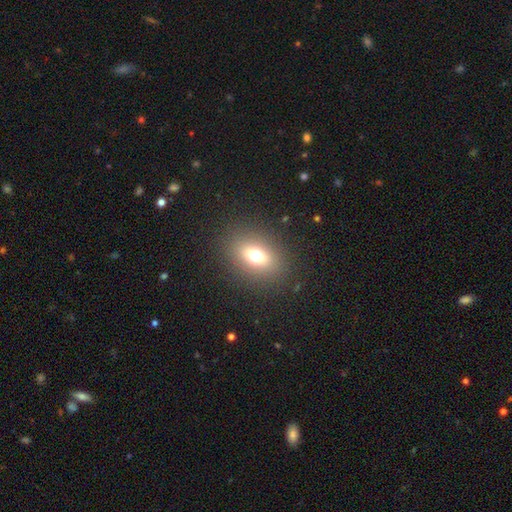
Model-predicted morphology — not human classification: This appears to be a smooth galaxy with no disk features (69%) that is in between round and cigar-shaped (70%). Merging: none (86%).